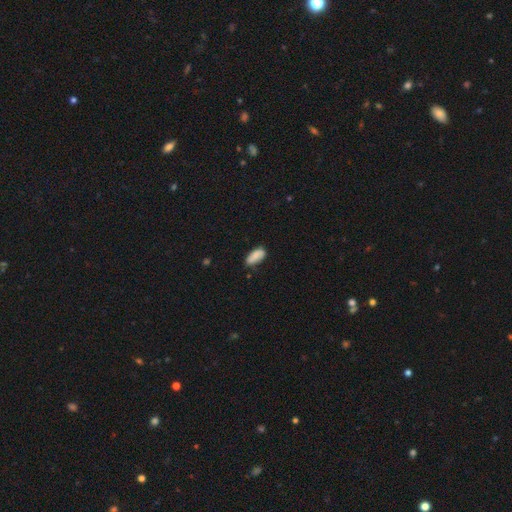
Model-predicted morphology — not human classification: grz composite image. It shows a smooth galaxy with no disk features (84%) that is in between round and cigar-shaped (86%). Merging: none (64%).